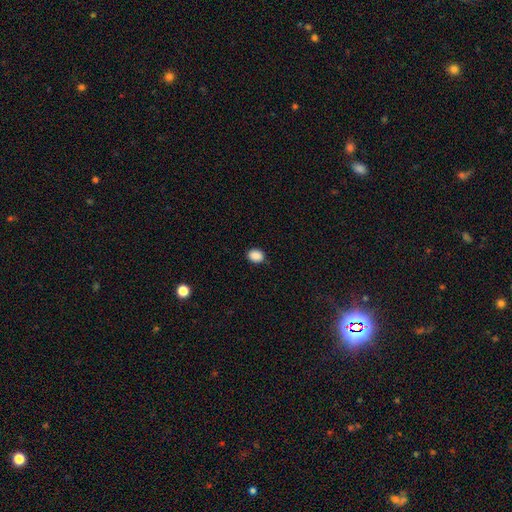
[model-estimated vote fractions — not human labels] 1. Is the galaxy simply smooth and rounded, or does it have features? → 89% smooth, 9% star or artifact, 3% featured or disk.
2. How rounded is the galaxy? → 50% in between, 49% round, 1% cigar-shaped.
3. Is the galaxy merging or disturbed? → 87% none, 10% minor disturbance, 2% major disturbance, 1% merger.